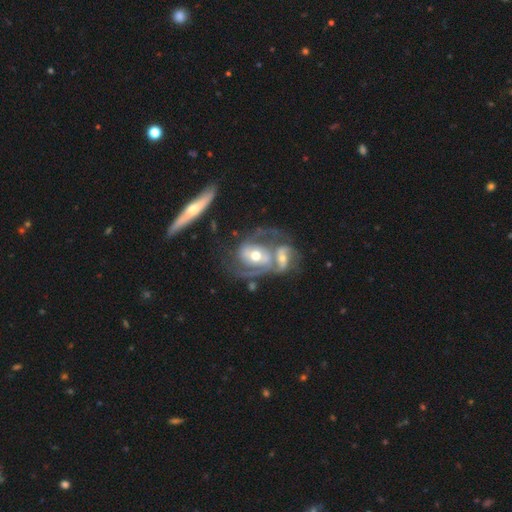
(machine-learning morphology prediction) Q: Smooth or featured?
A: featured or disk (85%); runner-up: smooth (10%)
Q: Edge-on disk?
A: no (96%); runner-up: yes (4%)
Q: Bar?
A: no (45%); runner-up: weak (33%)
Q: Spiral arms?
A: yes (93%); runner-up: no (7%)
Q: Spiral winding?
A: medium (49%); runner-up: tight (35%)
Q: Spiral arm count?
A: 2 (78%); runner-up: can't tell (9%)
Q: Bulge size?
A: moderate (72%); runner-up: small (15%)
Q: Merging?
A: merger (61%); runner-up: none (20%)